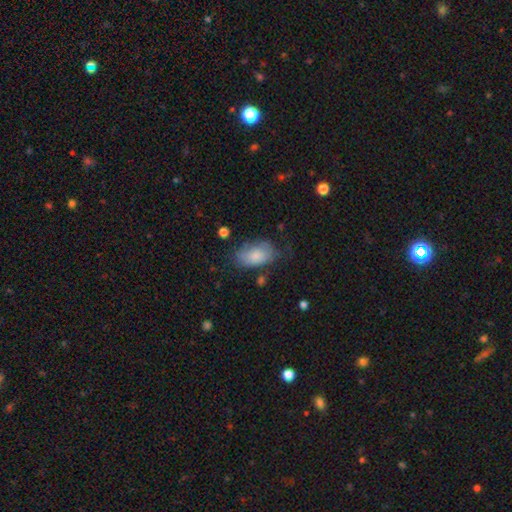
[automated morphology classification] Smooth or featured? smooth (80%)
How rounded? in between (92%)
Merging? none (55%)